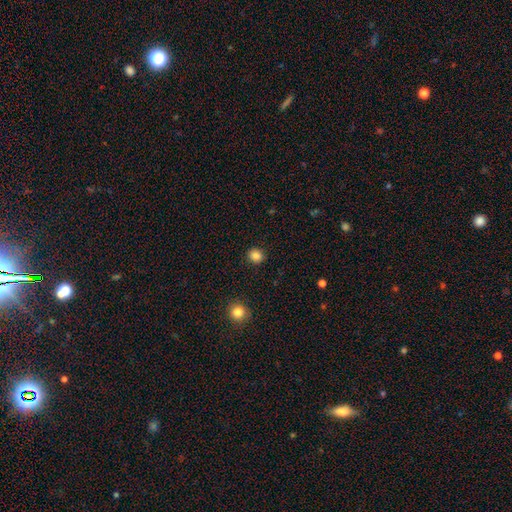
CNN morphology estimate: A smooth galaxy with no disk features (85%) that is round (79%).

Vote fractions:
- Smooth or featured? smooth: 85% / star or artifact: 11% / featured or disk: 4%
- How rounded? round: 79% / in between: 20% / cigar-shaped: 1%
- Merging? none: 91% / minor disturbance: 6% / major disturbance: 2% / merger: 1%